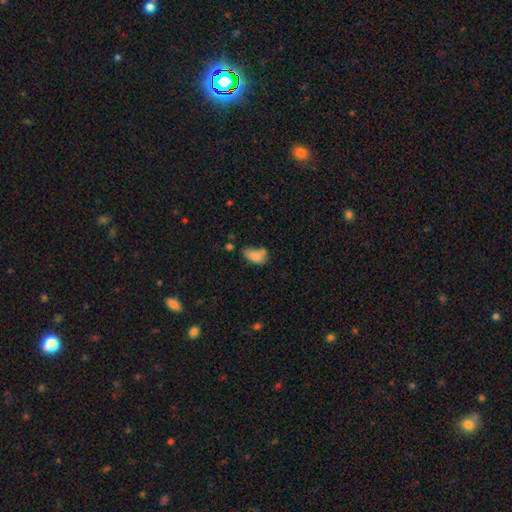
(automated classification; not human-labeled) smooth 80%, featured or disk 11%, star or artifact 9%. Down the decision tree: how rounded — in between (89%); merging — none (39%).